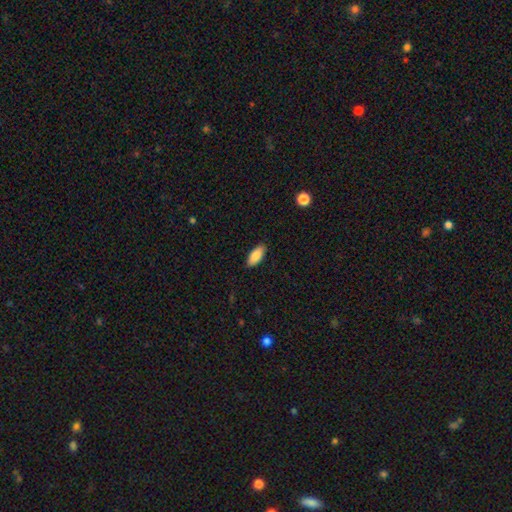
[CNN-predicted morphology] Smooth or featured? smooth (85%)
How rounded? in between (85%)
Merging? none (89%)